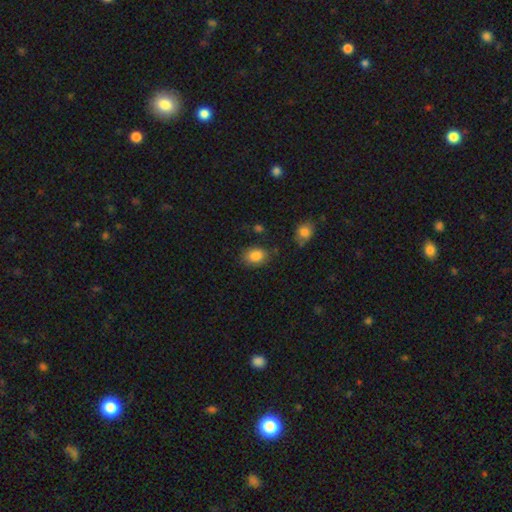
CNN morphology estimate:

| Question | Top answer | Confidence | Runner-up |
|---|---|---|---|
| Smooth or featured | smooth | 85% | star or artifact (9%) |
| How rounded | in between | 71% | round (28%) |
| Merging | none | 78% | minor disturbance (15%) |